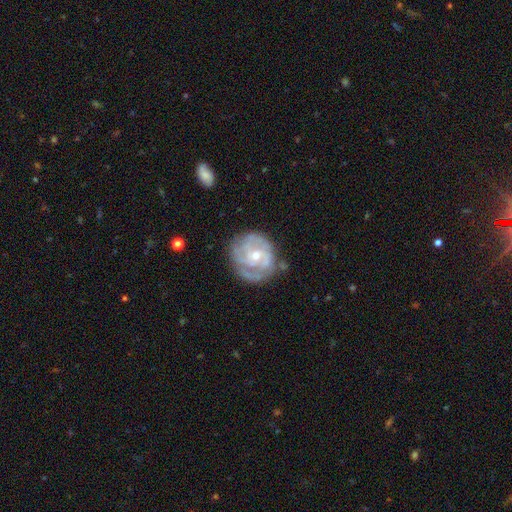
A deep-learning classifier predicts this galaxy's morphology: The model was most divided on "bulge size": small: 55%, moderate: 42%, large: 1%, none: 1%, dominant: 1%. Remaining: edge-on disk — no (97%); spiral arms — yes (84%); smooth or featured — featured or disk (80%); bar — no (69%); merging — none (65%); spiral winding — tight (65%); spiral arm count — can't tell (40%).